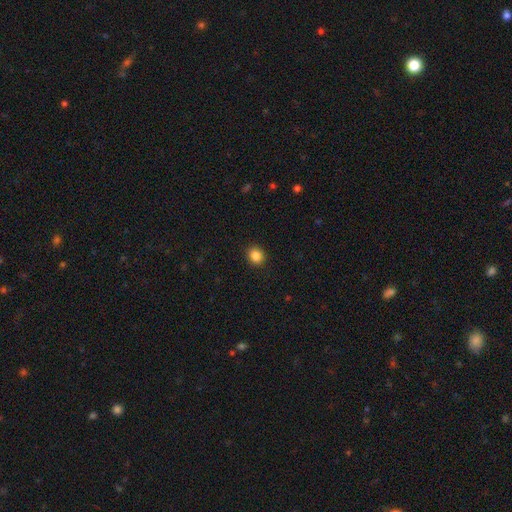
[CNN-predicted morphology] This appears to be a smooth galaxy with no disk features (86%) that is round (78%). Merging: none (91%).